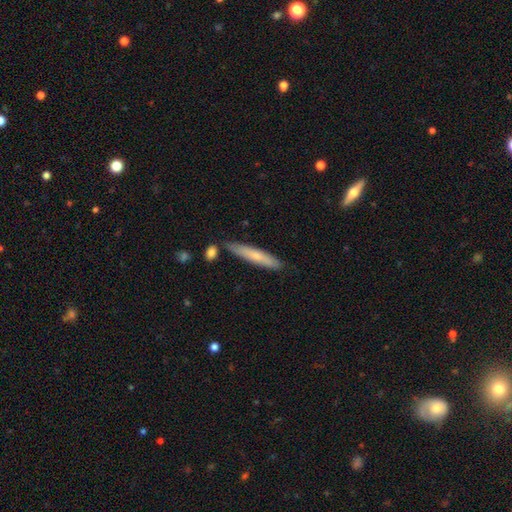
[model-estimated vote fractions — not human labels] Smooth or featured? smooth (62%)
How rounded? cigar-shaped (92%)
Merging? none (82%)